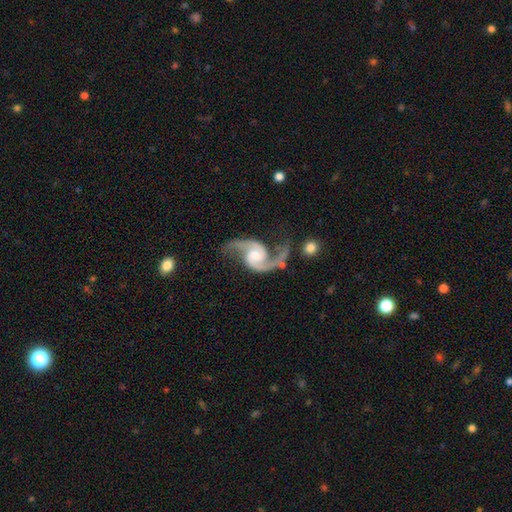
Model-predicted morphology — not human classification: smooth-or-featured: featured or disk: 94% | star or artifact: 4% | smooth: 3%
  disk-edge-on: no: 98% | yes: 2%
    bar: no: 53% | weak: 38% | strong: 9%
    has-spiral-arms: yes: 98% | no: 2%
      spiral-winding: medium: 47% | loose: 44% | tight: 9%
      spiral-arm-count: 2: 95% | 1: 1% | can't tell: 1% | 3: 1% | 4: 1% | more than 4: 1%
    bulge-size: moderate: 52% | small: 34% | large: 7% | none: 5% | dominant: 2%
  merging: none: 64% | minor disturbance: 18% | major disturbance: 11% | merger: 7%